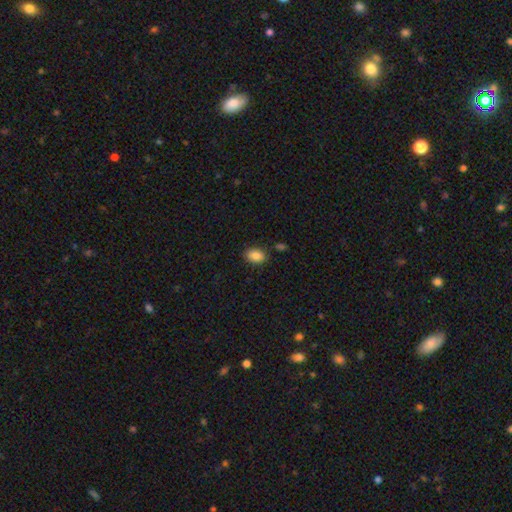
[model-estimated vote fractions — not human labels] smooth-or-featured: smooth: 86% | star or artifact: 8% | featured or disk: 6%
  how-rounded: in between: 83% | round: 16% | cigar-shaped: 1%
  merging: none: 83% | minor disturbance: 11% | merger: 3% | major disturbance: 3%